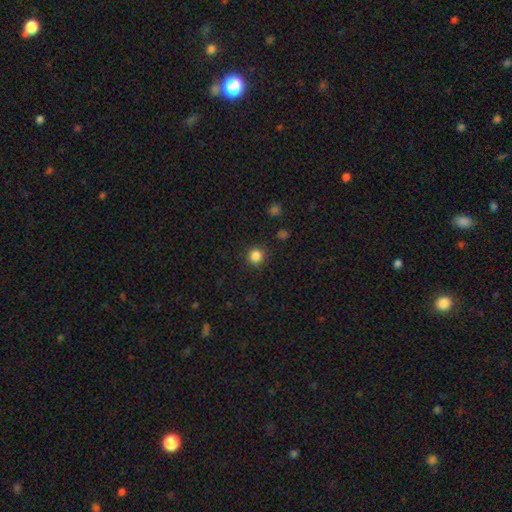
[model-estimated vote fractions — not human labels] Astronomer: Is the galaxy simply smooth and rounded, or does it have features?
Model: smooth — 85%.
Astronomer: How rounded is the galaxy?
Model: round — 94%.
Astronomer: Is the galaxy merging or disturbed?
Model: none — 90%.